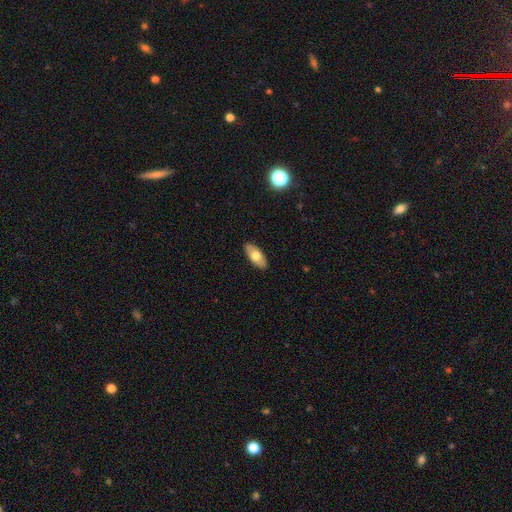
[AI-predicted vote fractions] Smooth or featured? Predicted: smooth (p=0.66). How rounded? Predicted: in between (p=0.89). Merging? Predicted: none (p=0.88).